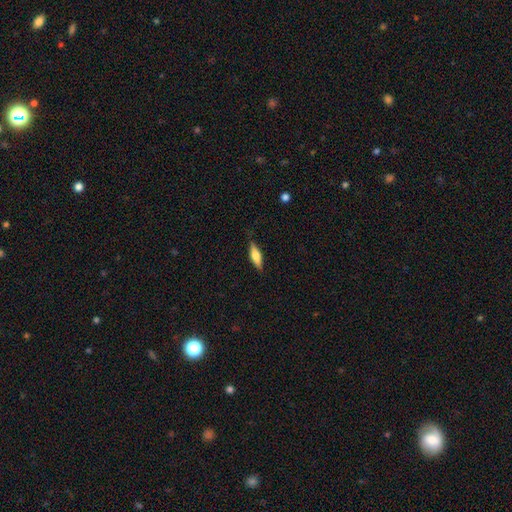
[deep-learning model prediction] Smooth or featured?
  - smooth: 51% *
  - featured or disk: 43%
  - star or artifact: 7%
How rounded?
  - cigar-shaped: 54% *
  - in between: 44%
  - round: 3%
Merging?
  - none: 84% *
  - minor disturbance: 12%
  - major disturbance: 2%
  - merger: 1%